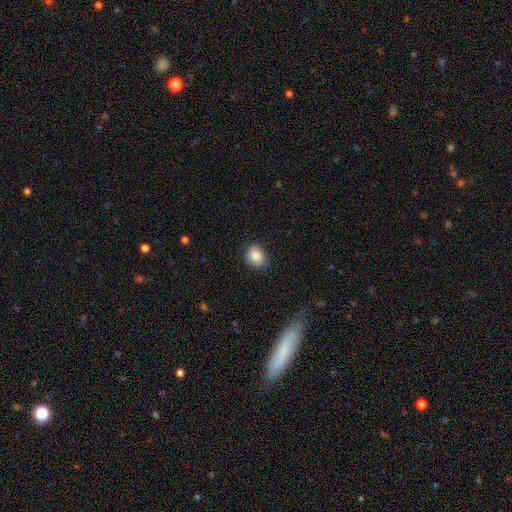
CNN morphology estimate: A smooth galaxy with no disk features (87%) that is in between round and cigar-shaped (54%). Merging: none (81%).